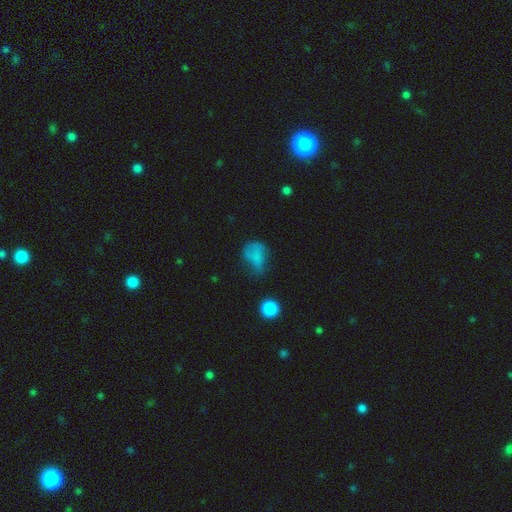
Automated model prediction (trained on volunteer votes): This is likely a smooth galaxy (65%). How rounded: possibly in between (51%). Merging: marginally none (33%, tied with major disturbance).